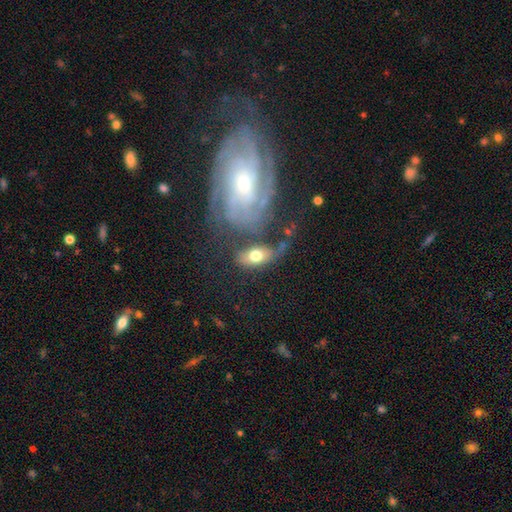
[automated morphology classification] smooth 61%, featured or disk 32%, star or artifact 7%. Down the decision tree: how rounded — in between (87%); merging — none (49%).